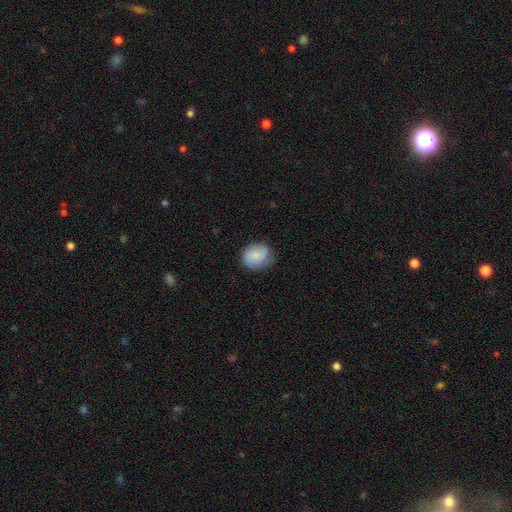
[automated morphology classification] The model was most divided on "how rounded": round: 66%, in between: 33%, cigar-shaped: 1%. More confident: smooth or featured — smooth (79%); merging — none (68%).